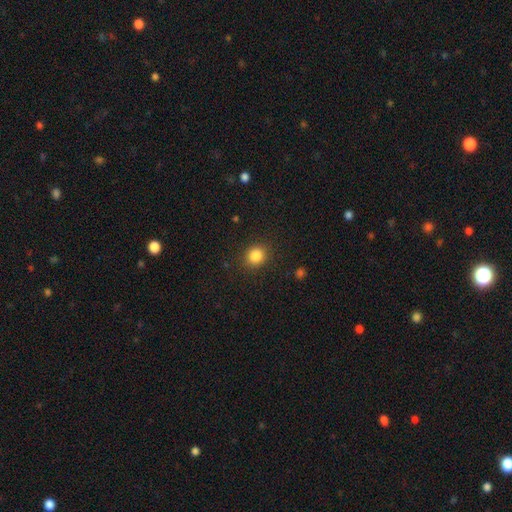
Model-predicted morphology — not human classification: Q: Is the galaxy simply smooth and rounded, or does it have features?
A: smooth — 85%.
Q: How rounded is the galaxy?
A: round — 74%.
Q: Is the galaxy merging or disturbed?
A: none — 88%.